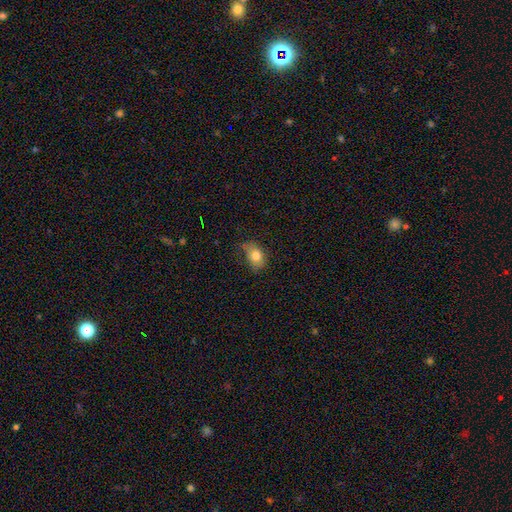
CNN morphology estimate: type=smooth (80%); roundness=in between (77%); merging=none (51%).